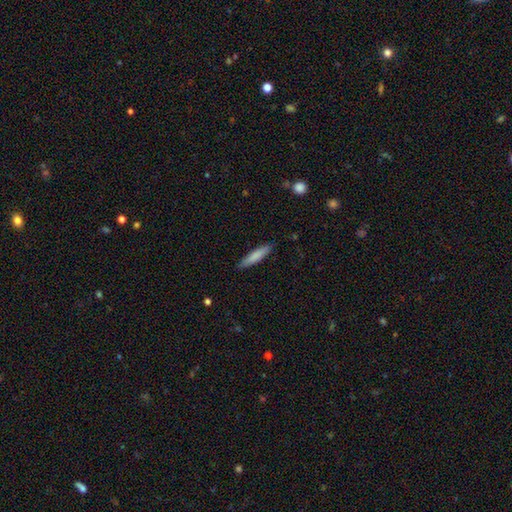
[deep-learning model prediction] Overall: smooth (81%). How rounded: cigar-shaped (85%). Merging: none (87%).